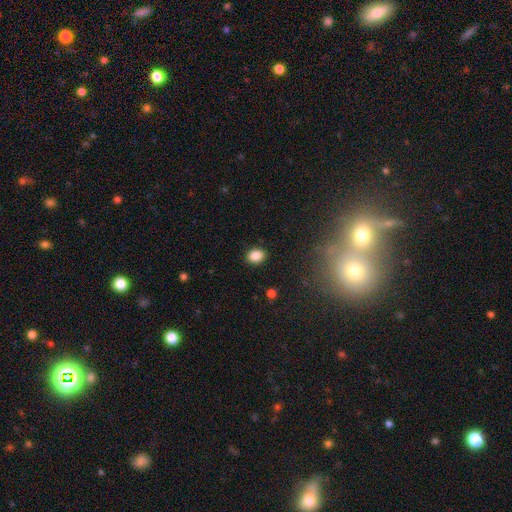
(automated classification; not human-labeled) The model was most divided on "how rounded": in between: 60%, round: 39%, cigar-shaped: 1%. More confident: merging — none (89%); smooth or featured — smooth (86%).